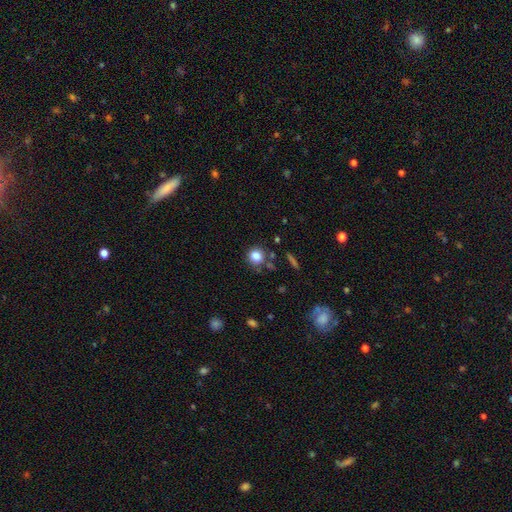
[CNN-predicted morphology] Overall: smooth (82%). How rounded: round (89%). Merging: none (77%).